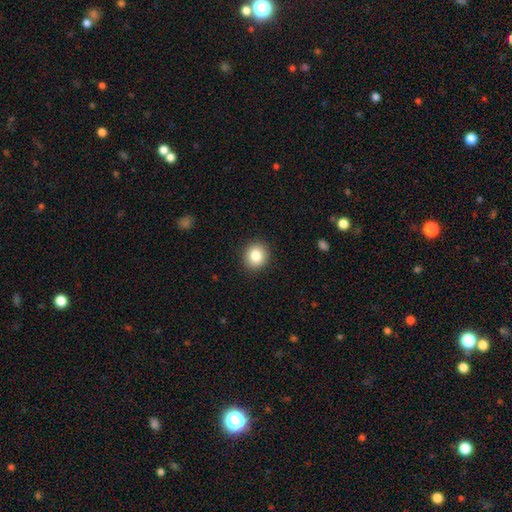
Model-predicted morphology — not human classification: Smooth or featured?
  - smooth: 84% *
  - star or artifact: 9%
  - featured or disk: 7%
How rounded?
  - round: 84% *
  - in between: 15%
  - cigar-shaped: 1%
Merging?
  - none: 91% *
  - minor disturbance: 6%
  - major disturbance: 2%
  - merger: 1%